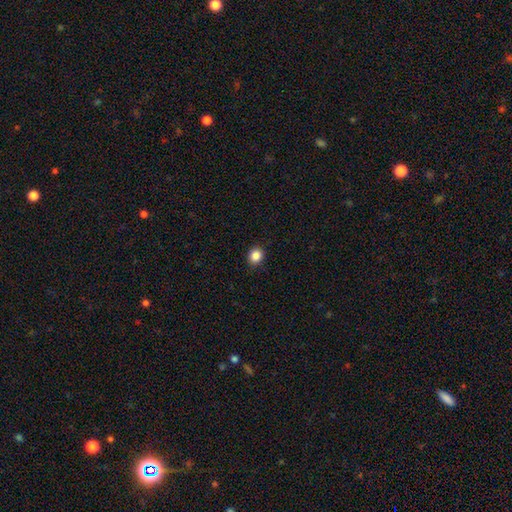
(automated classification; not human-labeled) A smooth galaxy with no disk features (87%) that is round (75%). Merging: none (91%).